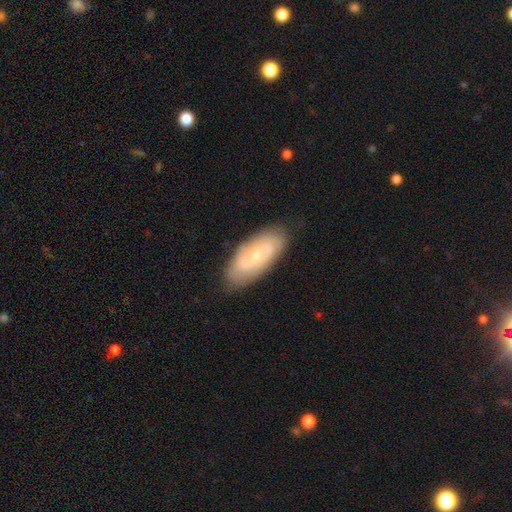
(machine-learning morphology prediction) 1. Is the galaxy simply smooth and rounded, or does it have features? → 63% featured or disk, 31% smooth, 6% star or artifact.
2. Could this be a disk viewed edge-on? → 92% no, 8% yes.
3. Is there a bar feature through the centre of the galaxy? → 61% no, 33% weak, 6% strong.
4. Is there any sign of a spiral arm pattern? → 85% yes, 15% no.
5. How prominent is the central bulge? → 65% small, 30% moderate, 3% none, 2% large, 1% dominant.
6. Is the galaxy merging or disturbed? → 81% none, 15% minor disturbance, 3% major disturbance, 1% merger.